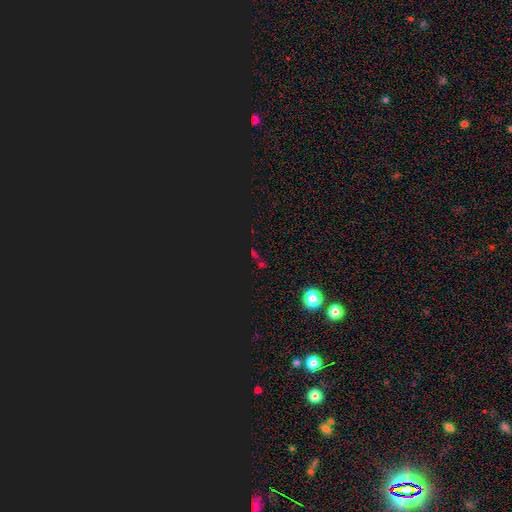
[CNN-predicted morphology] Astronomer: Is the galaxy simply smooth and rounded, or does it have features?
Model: star or artifact — 68%.